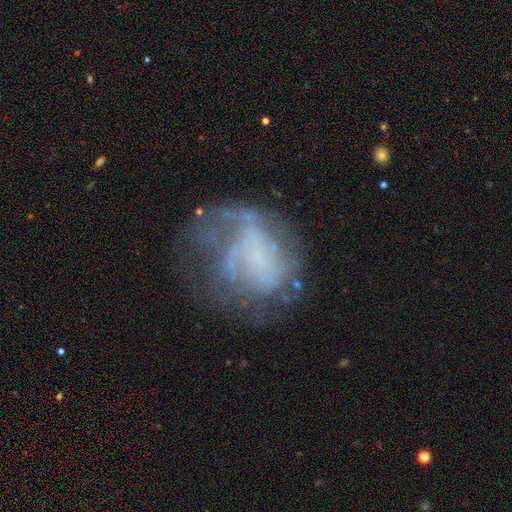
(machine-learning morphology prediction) Smooth or featured?
  - featured or disk: 67% *
  - smooth: 20%
  - star or artifact: 12%
Edge-on disk?
  - no: 98% *
  - yes: 2%
Bar?
  - no: 73% *
  - weak: 20%
  - strong: 6%
Spiral arms?
  - yes: 60% *
  - no: 40%
Bulge size?
  - none: 70% *
  - small: 16%
  - moderate: 8%
  - large: 4%
  - dominant: 2%
Merging?
  - none: 43% *
  - major disturbance: 34%
  - minor disturbance: 19%
  - merger: 4%